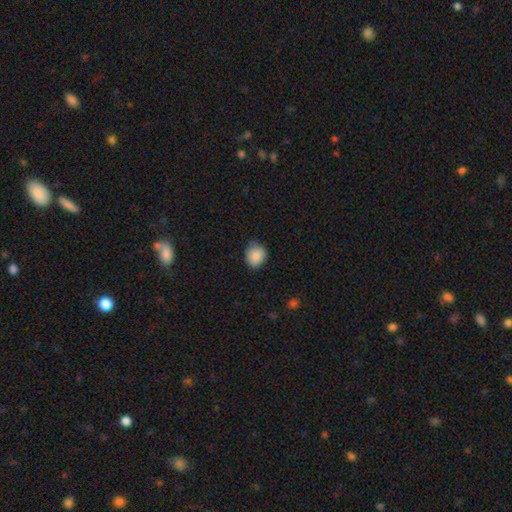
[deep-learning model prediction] smooth-or-featured: smooth: 87% | star or artifact: 8% | featured or disk: 4%
  how-rounded: round: 72% | in between: 27% | cigar-shaped: 1%
  merging: none: 73% | minor disturbance: 23% | major disturbance: 3% | merger: 1%